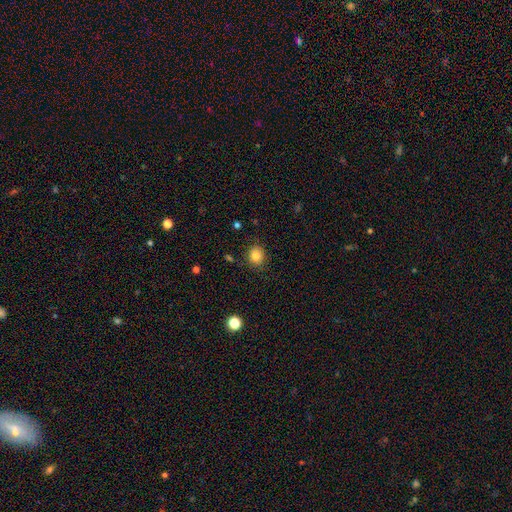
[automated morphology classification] Smooth or featured? smooth (83%)
How rounded? round (74%)
Merging? none (86%)